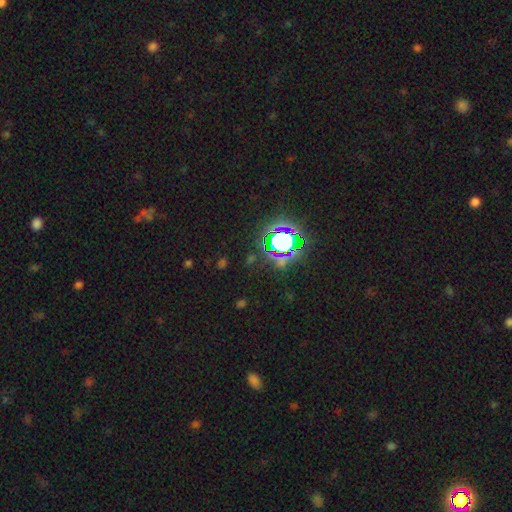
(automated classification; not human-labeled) Smooth or featured? star or artifact (79%)